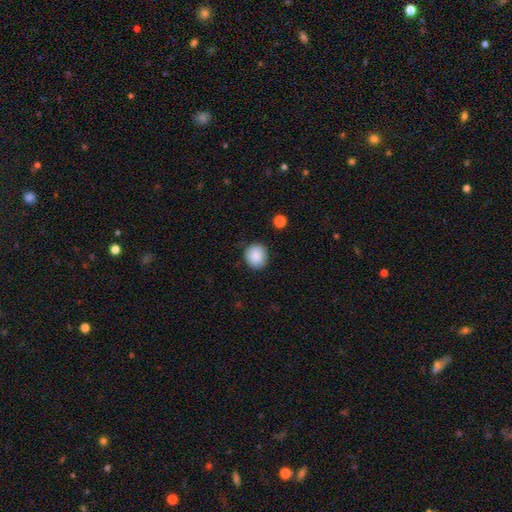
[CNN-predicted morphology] smooth-or-featured: smooth: 88% | star or artifact: 8% | featured or disk: 4%
  how-rounded: round: 85% | in between: 14% | cigar-shaped: 1%
  merging: none: 86% | minor disturbance: 10% | major disturbance: 3% | merger: 1%